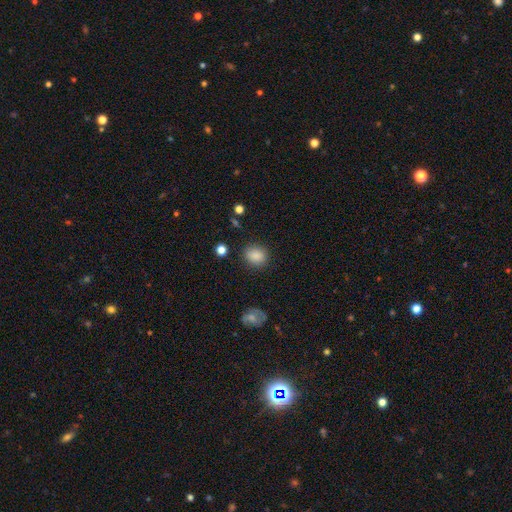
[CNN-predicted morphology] Smooth or featured: smooth — 86% (star or artifact — 10%)
How rounded: round — 67% (in between — 32%)
Merging: none — 83% (minor disturbance — 11%)